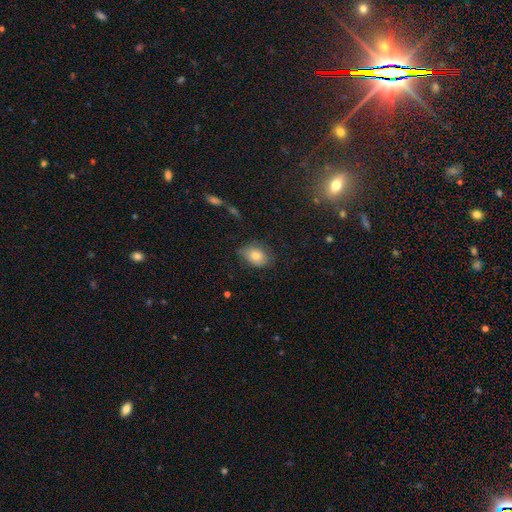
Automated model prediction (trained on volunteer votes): Smooth or featured: smooth — 77% (featured or disk — 14%)
How rounded: in between — 76% (round — 23%)
Merging: none — 66% (minor disturbance — 25%)